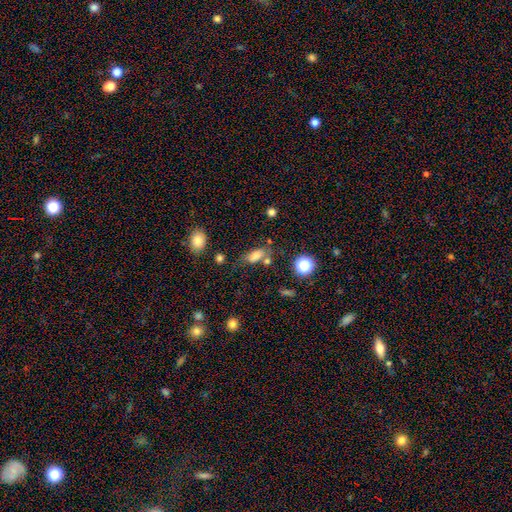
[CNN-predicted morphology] smooth-or-featured: smooth: 74% | star or artifact: 13% | featured or disk: 13%
  how-rounded: in between: 81% | cigar-shaped: 11% | round: 8%
  merging: none: 52% | minor disturbance: 21% | merger: 18% | major disturbance: 9%